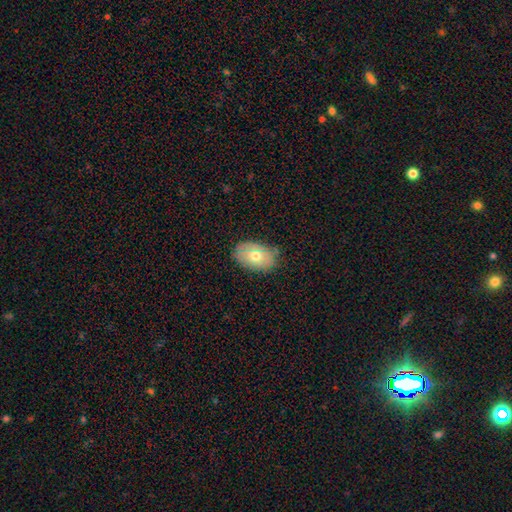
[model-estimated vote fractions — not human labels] Smooth or featured? Predicted: smooth (p=0.68). How rounded? Predicted: in between (p=0.87). Merging? Predicted: none (p=0.77).